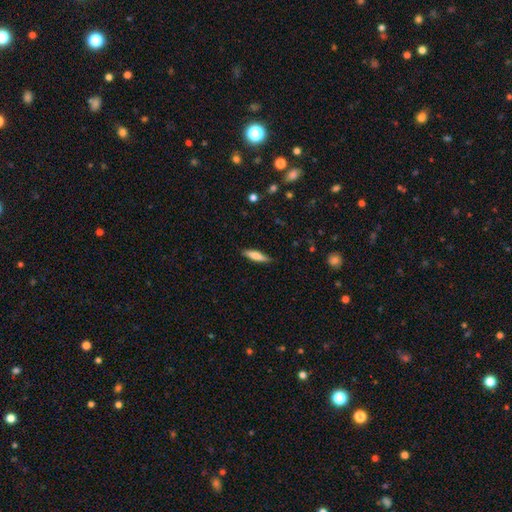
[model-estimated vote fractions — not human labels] smooth_or_featured: smooth (p=0.71) [alt: featured or disk p=0.23]
how_rounded: cigar-shaped (p=0.74) [alt: in between p=0.24]
merging: none (p=0.87) [alt: minor disturbance p=0.10]